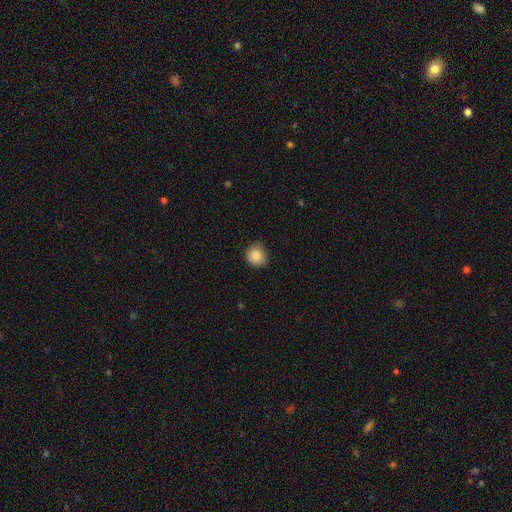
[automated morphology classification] This is clearly a smooth galaxy (87%). How rounded: clearly round (84%). Merging: likely none (75%).